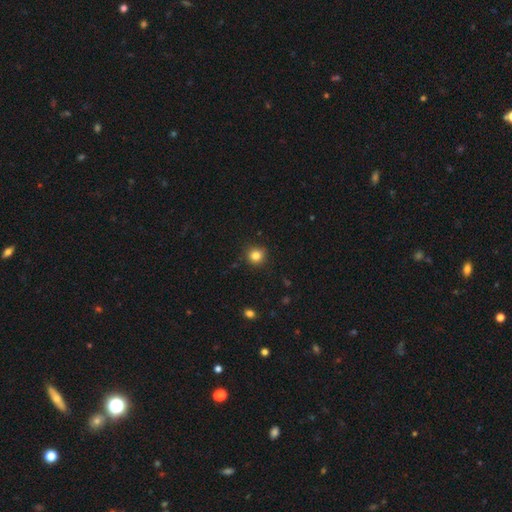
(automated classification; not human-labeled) smooth 82%, star or artifact 12%, featured or disk 5%. Down the decision tree: how rounded — round (91%); merging — none (88%).